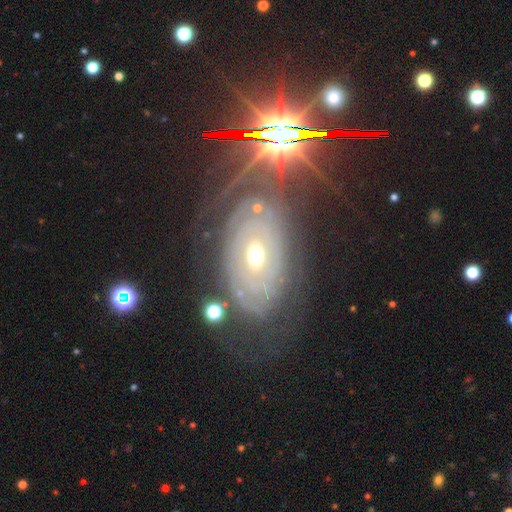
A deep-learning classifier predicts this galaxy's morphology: smooth_or_featured: featured or disk (p=0.73) [alt: star or artifact p=0.16]
disk_edge_on: no (p=0.93) [alt: yes p=0.07]
bar: no (p=0.68) [alt: weak p=0.23]
has_spiral_arms: yes (p=0.79) [alt: no p=0.21]
spiral_winding: tight (p=0.82) [alt: medium p=0.14]
spiral_arm_count: can't tell (p=0.57) [alt: 2 p=0.16]
bulge_size: moderate (p=0.62) [alt: small p=0.34]
merging: none (p=0.72) [alt: minor disturbance p=0.16]